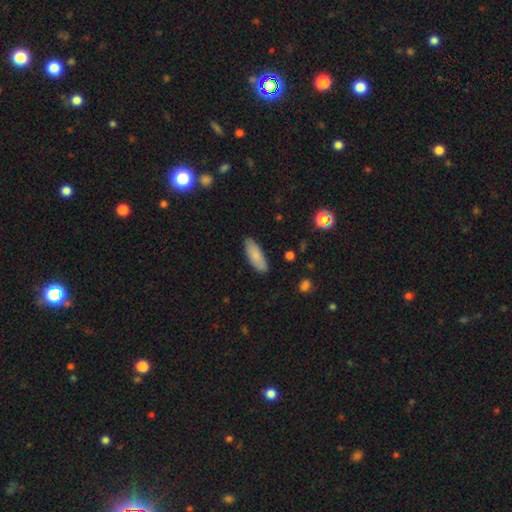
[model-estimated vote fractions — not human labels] Smooth or featured?
  - smooth: 81% *
  - featured or disk: 12%
  - star or artifact: 6%
How rounded?
  - in between: 65% *
  - cigar-shaped: 33%
  - round: 2%
Merging?
  - none: 86% *
  - minor disturbance: 11%
  - major disturbance: 2%
  - merger: 1%